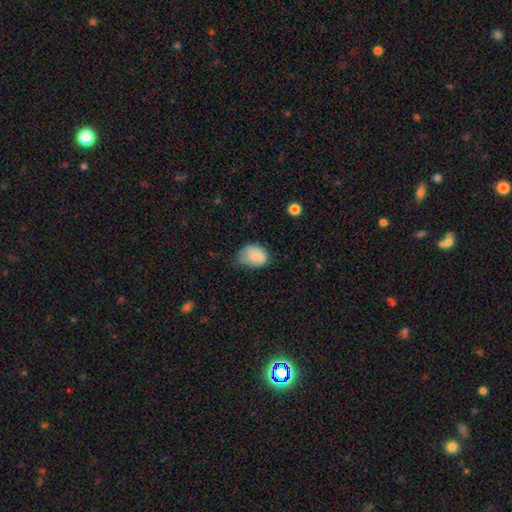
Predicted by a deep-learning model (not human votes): Smooth or featured: smooth — 79% (featured or disk — 14%)
How rounded: in between — 65% (round — 34%)
Merging: none — 45% (minor disturbance — 40%)